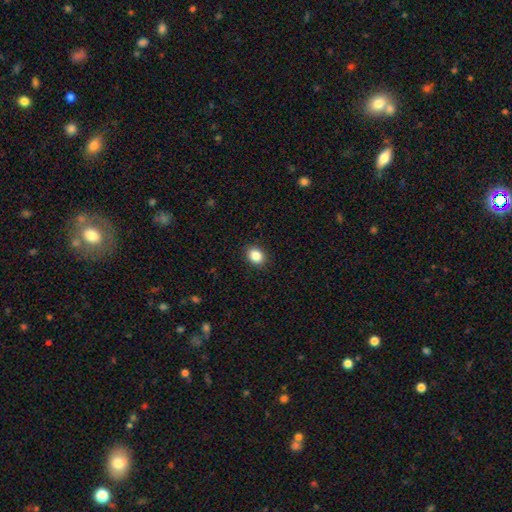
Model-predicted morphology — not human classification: smooth-or-featured: smooth: 86% | star or artifact: 10% | featured or disk: 4%
  how-rounded: in between: 51% | round: 48% | cigar-shaped: 1%
  merging: none: 91% | minor disturbance: 7% | major disturbance: 2% | merger: 1%